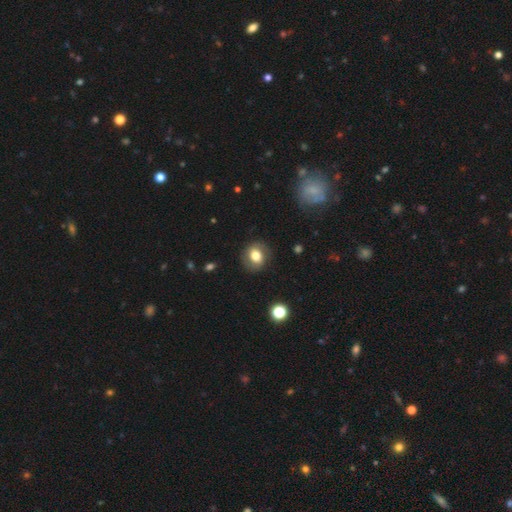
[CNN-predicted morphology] smooth 67%, featured or disk 24%, star or artifact 8%. Down the decision tree: how rounded — round (58%); merging — none (81%).